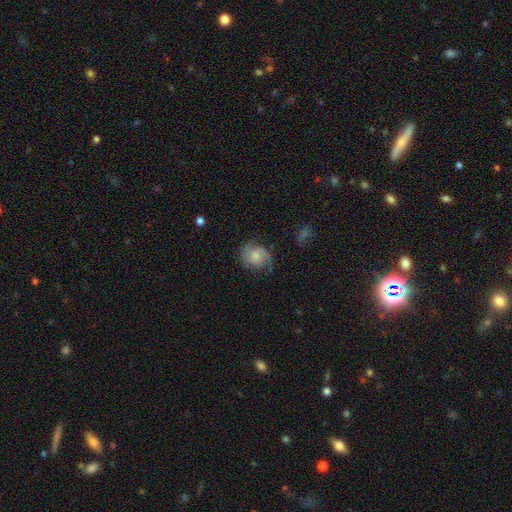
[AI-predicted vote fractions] Smooth or featured: featured or disk — 55% (smooth — 37%)
Edge-on disk: no — 97% (yes — 3%)
Bar: no — 74% (weak — 22%)
Spiral arms: yes — 87% (no — 13%)
Bulge size: small — 52% (moderate — 32%)
Merging: none — 60% (minor disturbance — 24%)